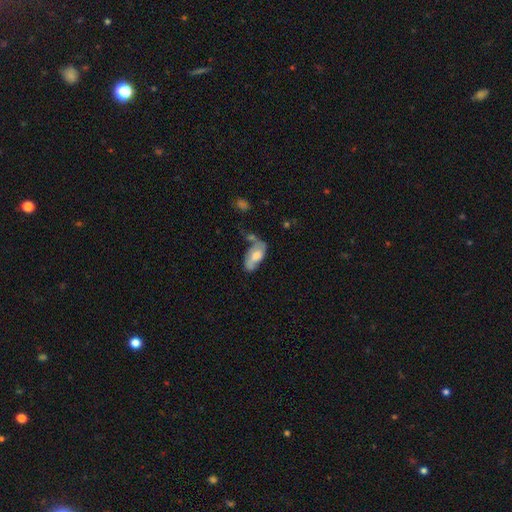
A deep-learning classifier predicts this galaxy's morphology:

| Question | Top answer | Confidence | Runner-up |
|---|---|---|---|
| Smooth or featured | smooth | 52% | featured or disk (41%) |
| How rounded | in between | 90% | cigar-shaped (7%) |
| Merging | none | 36% | minor disturbance (27%) |